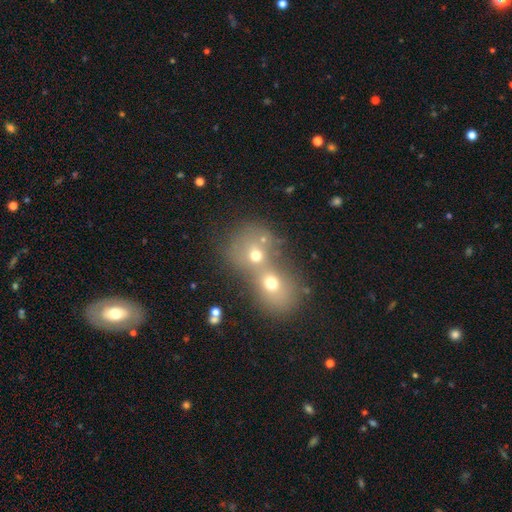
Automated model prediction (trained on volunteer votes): A smooth galaxy with no disk features (61%) that is round (69%). Merging: merger (72%).